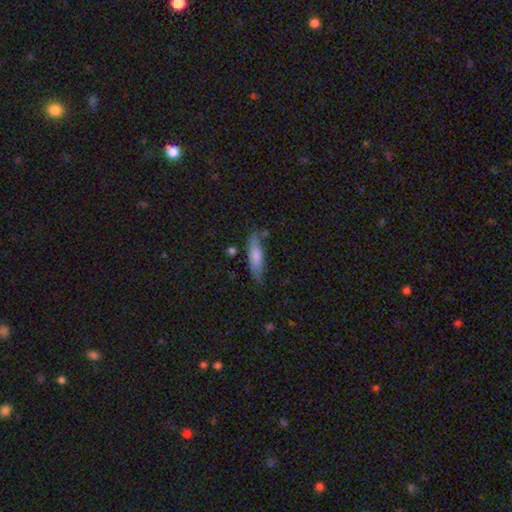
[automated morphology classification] This appears to be a smooth galaxy with no disk features (73%) that is cigar-shaped (59%). Merging: none (67%).